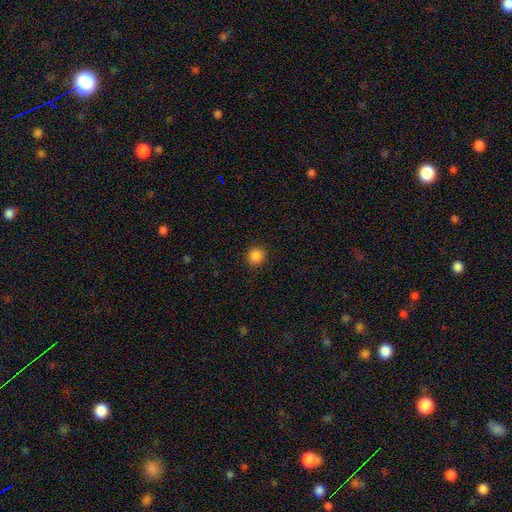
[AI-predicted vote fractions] Overall: smooth (87%). How rounded: round (92%). Merging: none (91%).